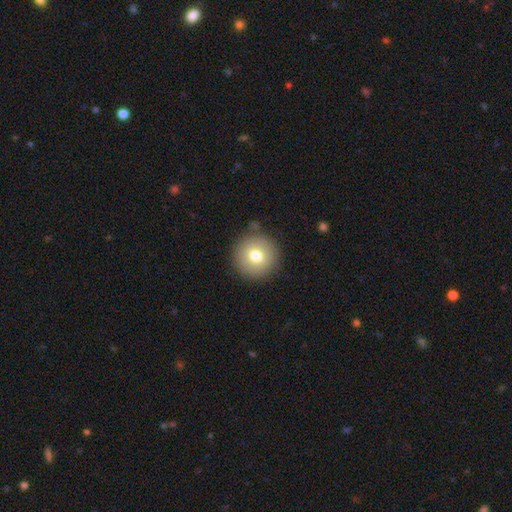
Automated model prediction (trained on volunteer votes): Smooth or featured? smooth (75%)
How rounded? round (96%)
Merging? none (88%)